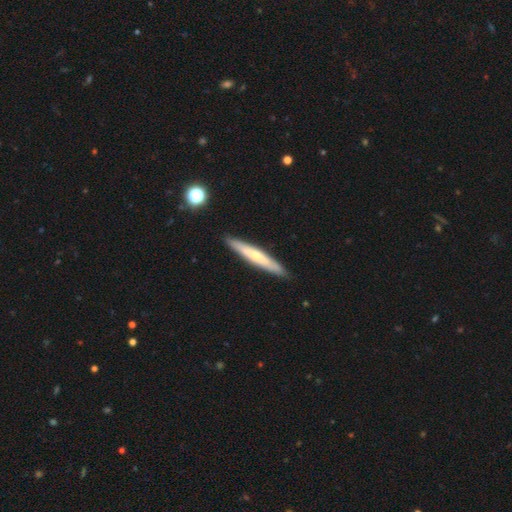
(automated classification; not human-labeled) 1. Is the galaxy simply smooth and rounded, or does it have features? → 48% smooth, 47% featured or disk, 5% star or artifact.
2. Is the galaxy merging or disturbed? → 91% none, 7% minor disturbance, 1% major disturbance, 1% merger.